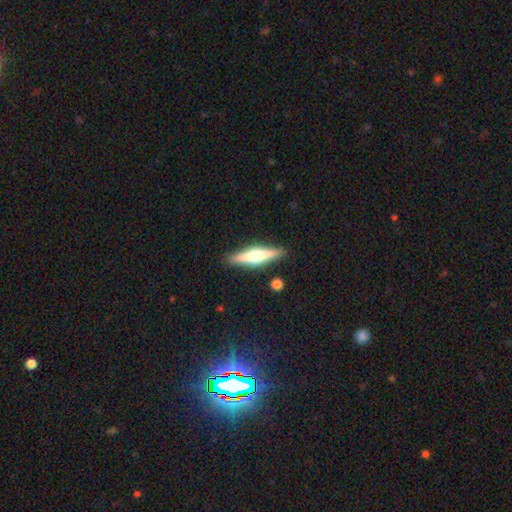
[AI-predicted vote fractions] Overall: featured or disk (63%; smooth 31%). Edge-on disk: yes (96%). Edge-on bulge: rounded (90%). Merging: none (89%).